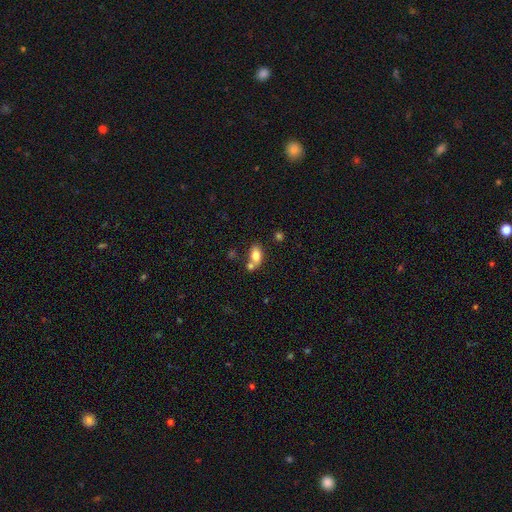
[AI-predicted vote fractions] Smooth or featured? Predicted: smooth (p=0.78). How rounded? Predicted: in between (p=0.86). Merging? Predicted: none (p=0.48).